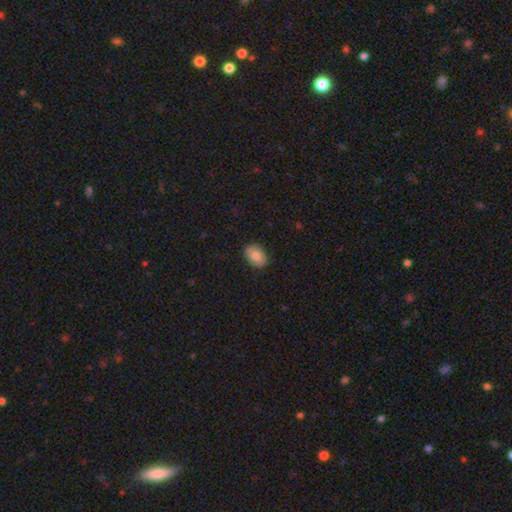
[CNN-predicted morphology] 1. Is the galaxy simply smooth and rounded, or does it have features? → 77% smooth, 16% featured or disk, 8% star or artifact.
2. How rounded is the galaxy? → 69% in between, 30% round, 1% cigar-shaped.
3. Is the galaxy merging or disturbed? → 87% none, 10% minor disturbance, 2% major disturbance, 1% merger.